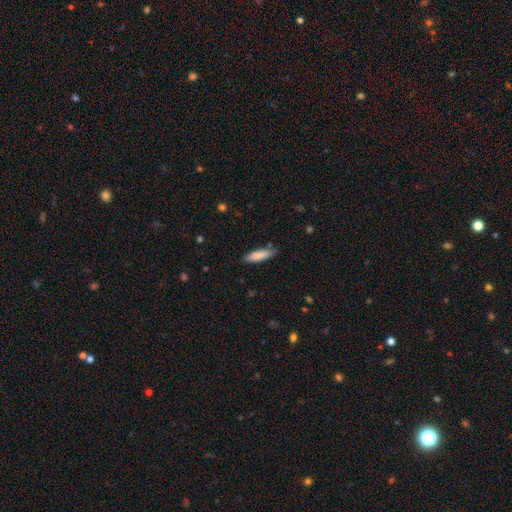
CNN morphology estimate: A smooth galaxy with no disk features (78%) that is cigar-shaped (60%).

Vote fractions:
- Smooth or featured? smooth: 78% / featured or disk: 16% / star or artifact: 6%
- How rounded? cigar-shaped: 60% / in between: 39% / round: 2%
- Merging? none: 78% / minor disturbance: 17% / major disturbance: 3% / merger: 2%